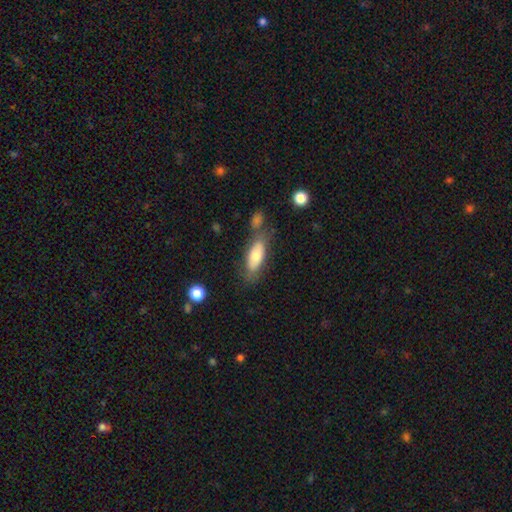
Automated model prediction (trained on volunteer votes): This is likely a smooth galaxy (69%). How rounded: likely in between (72%). Merging: possibly none (60%).